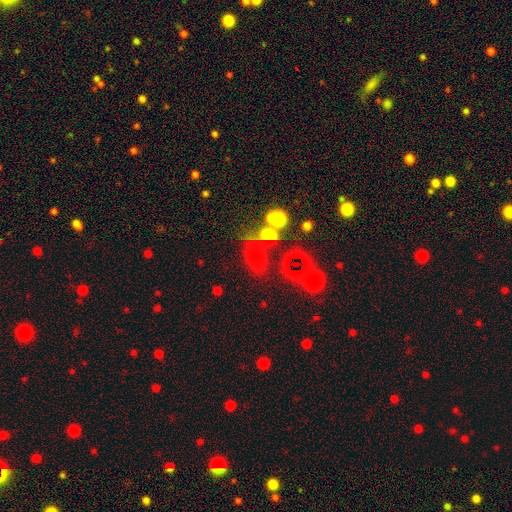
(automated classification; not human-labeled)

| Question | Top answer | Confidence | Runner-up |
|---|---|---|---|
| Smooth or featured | smooth | 60% | star or artifact (31%) |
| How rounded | in between | 58% | round (38%) |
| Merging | none | 66% | minor disturbance (14%) |